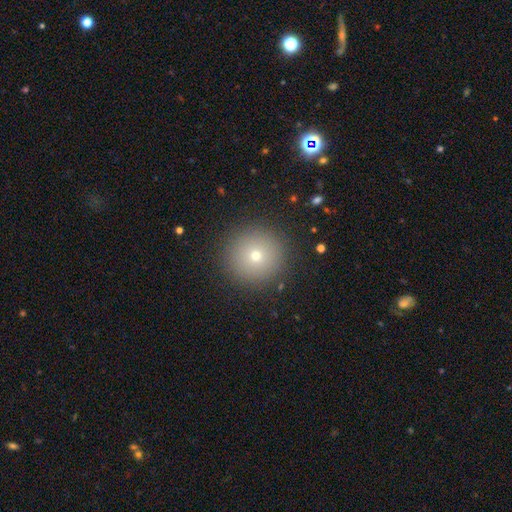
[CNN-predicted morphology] Smooth or featured: smooth — 71% (star or artifact — 17%)
How rounded: round — 95% (in between — 4%)
Merging: none — 91% (minor disturbance — 5%)